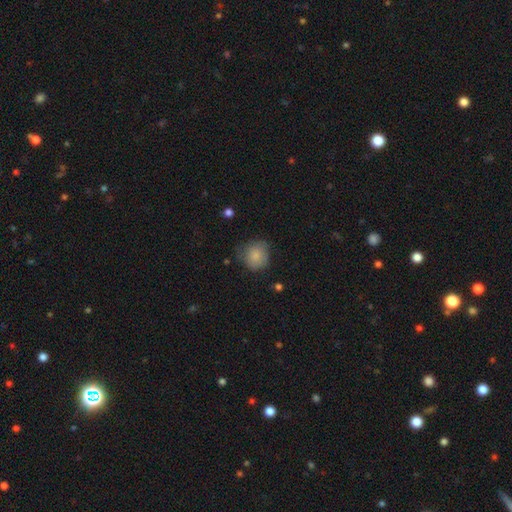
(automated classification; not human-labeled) Smooth or featured? Predicted: smooth (p=0.83). How rounded? Predicted: round (p=0.82). Merging? Predicted: none (p=0.60).